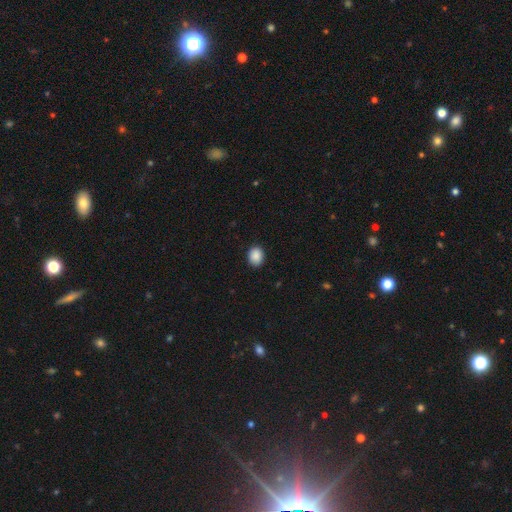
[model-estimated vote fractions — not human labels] smooth 89%, star or artifact 8%, featured or disk 3%. Down the decision tree: how rounded — round (51%); merging — none (88%).